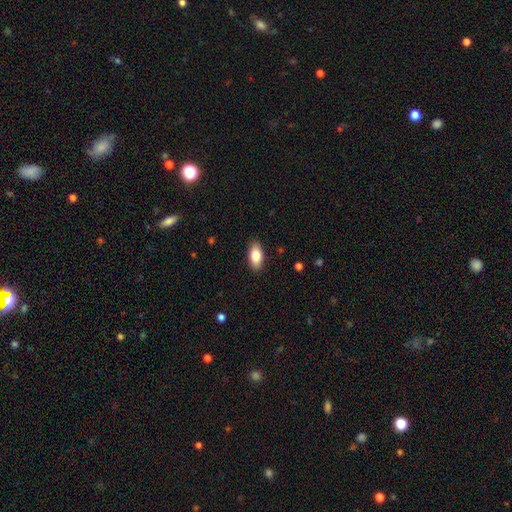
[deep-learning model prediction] The model was most divided on "smooth or featured": smooth: 83%, featured or disk: 11%, star or artifact: 7%. More confident: how rounded — in between (91%); merging — none (89%).